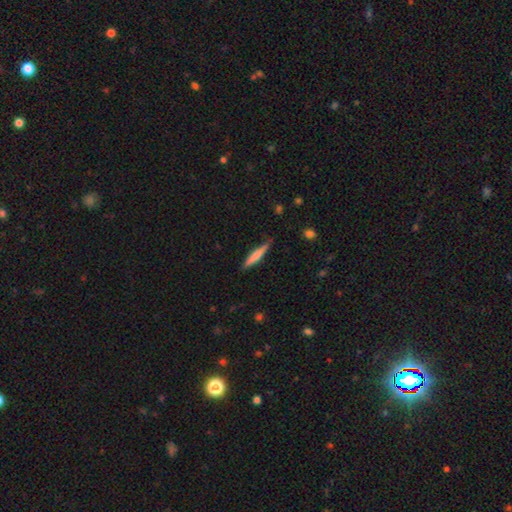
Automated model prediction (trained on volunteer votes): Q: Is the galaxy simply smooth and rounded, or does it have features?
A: smooth — 59%.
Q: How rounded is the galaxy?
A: cigar-shaped — 92%.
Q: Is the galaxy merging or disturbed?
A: none — 83%.